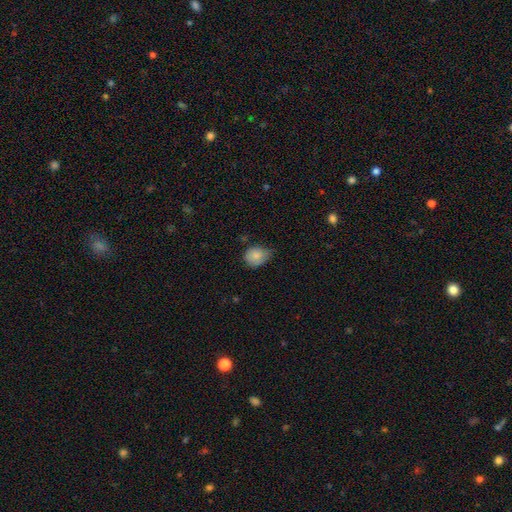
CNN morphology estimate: smooth 80%, featured or disk 12%, star or artifact 8%. Down the decision tree: how rounded — round (52%); merging — minor disturbance (48%).